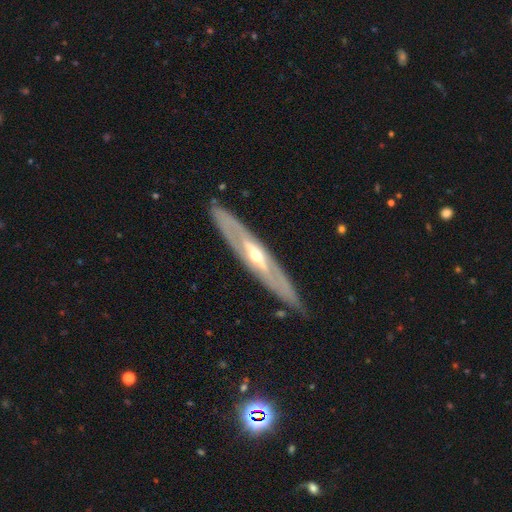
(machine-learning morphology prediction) Q: Smooth or featured?
A: featured or disk (79%); runner-up: smooth (17%)
Q: Edge-on disk?
A: yes (56%); runner-up: no (44%)
Q: Merging?
A: none (85%); runner-up: minor disturbance (11%)